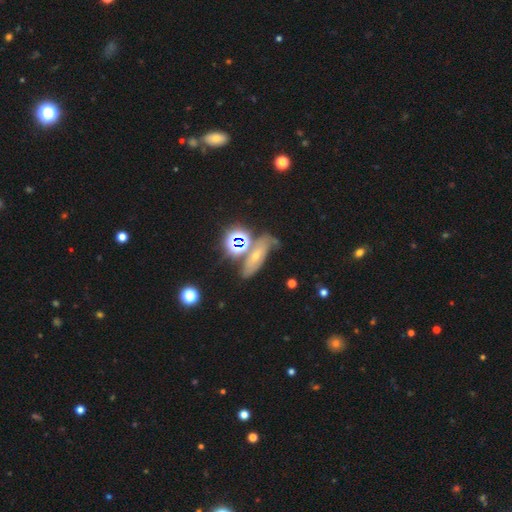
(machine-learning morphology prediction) This appears to be a smooth galaxy with no disk features (37%). Merging: none (53%).